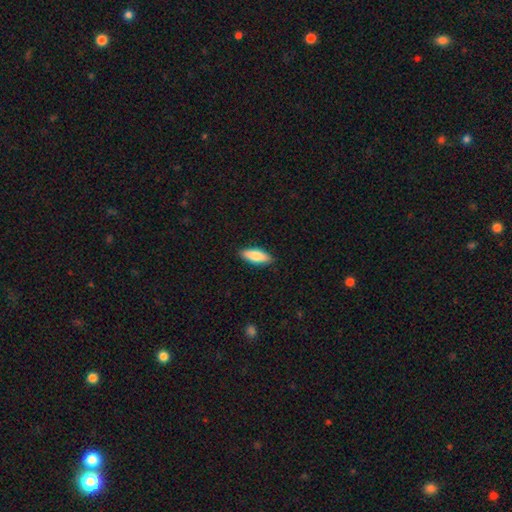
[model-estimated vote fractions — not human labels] Smooth or featured? Predicted: smooth (p=0.81). How rounded? Predicted: in between (p=0.67). Merging? Predicted: none (p=0.89).